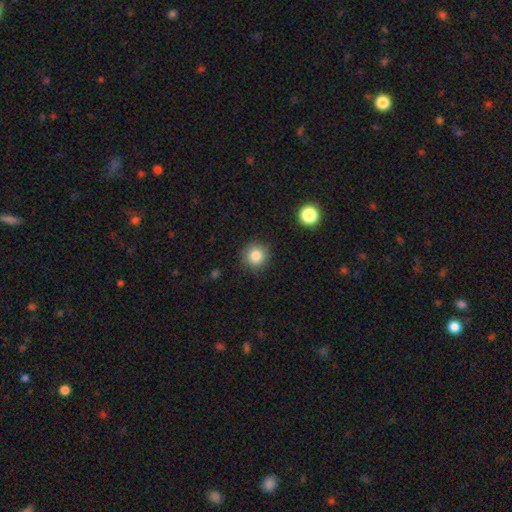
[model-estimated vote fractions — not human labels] smooth 84%, star or artifact 11%, featured or disk 6%. Down the decision tree: how rounded — round (94%); merging — none (87%).